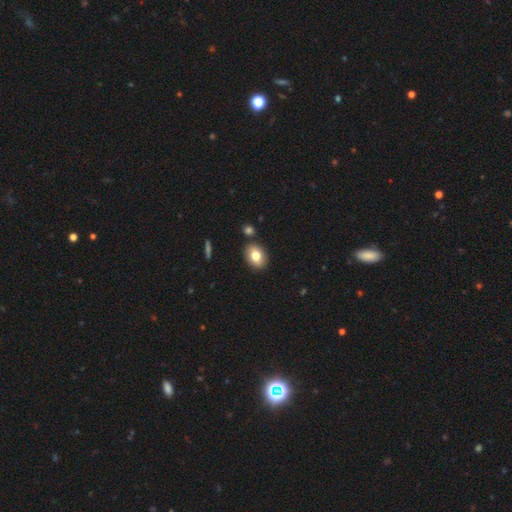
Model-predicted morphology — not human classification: Q: Smooth or featured?
A: smooth (78%); runner-up: featured or disk (14%)
Q: How rounded?
A: in between (73%); runner-up: round (26%)
Q: Merging?
A: none (84%); runner-up: minor disturbance (9%)